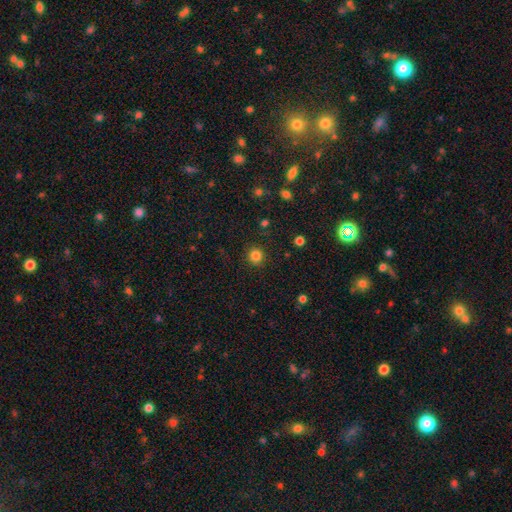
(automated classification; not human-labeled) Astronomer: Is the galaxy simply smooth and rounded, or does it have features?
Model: smooth — 83%.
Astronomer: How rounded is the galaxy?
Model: round — 92%.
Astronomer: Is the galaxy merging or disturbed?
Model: none — 90%.